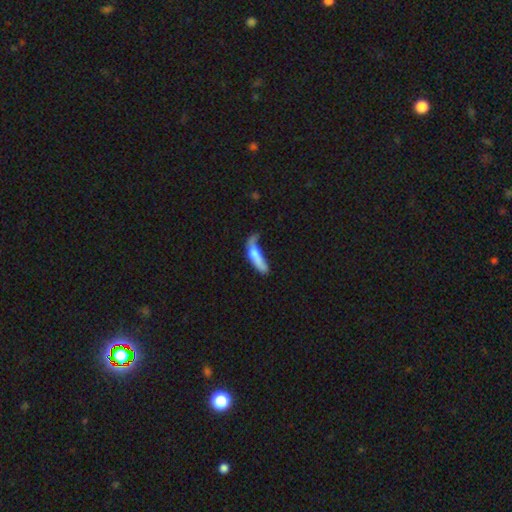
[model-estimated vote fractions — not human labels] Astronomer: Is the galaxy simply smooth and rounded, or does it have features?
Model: smooth — 61%.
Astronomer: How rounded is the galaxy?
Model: cigar-shaped — 69%.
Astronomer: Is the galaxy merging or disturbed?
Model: major disturbance — 38% (runner-up: minor disturbance, 25%).